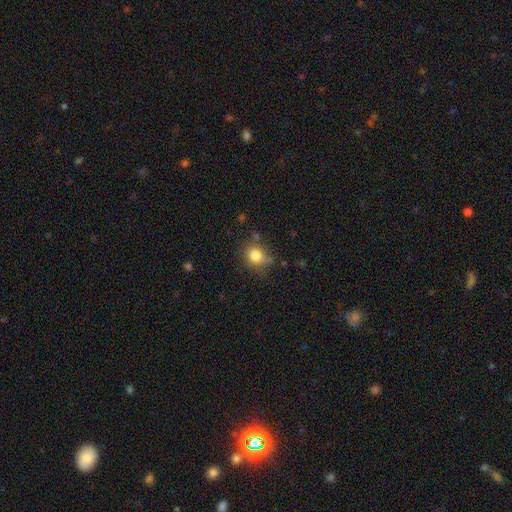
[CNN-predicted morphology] This is clearly a smooth galaxy (82%). How rounded: likely round (79%). Merging: likely none (71%).